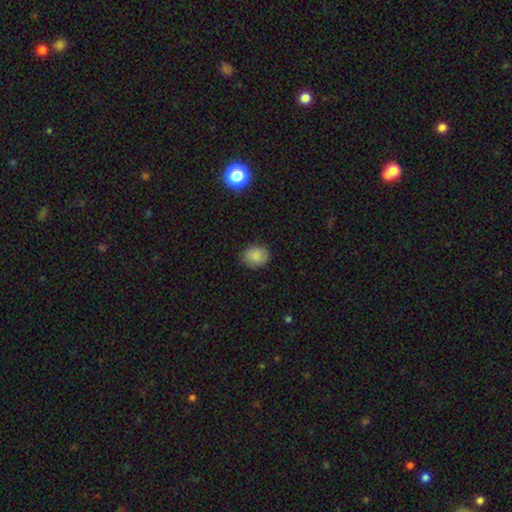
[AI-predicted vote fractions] A smooth galaxy with no disk features (85%) that is round (54%). Merging: none (83%).